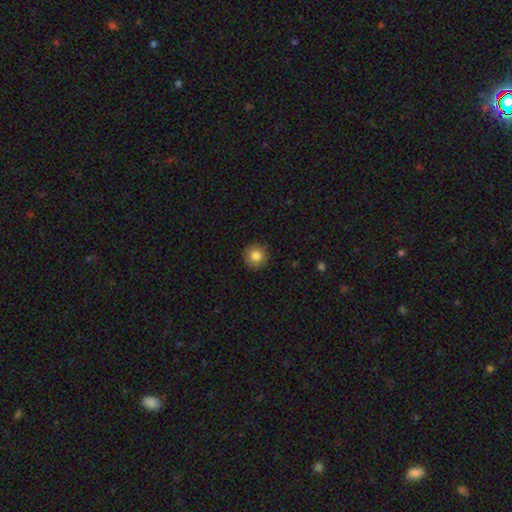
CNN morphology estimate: Overall: smooth (83%). How rounded: round (95%). Merging: none (91%).